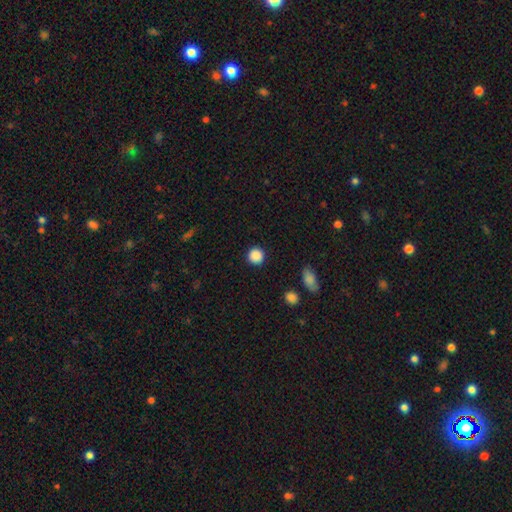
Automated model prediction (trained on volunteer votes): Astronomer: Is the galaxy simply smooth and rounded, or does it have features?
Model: smooth — 88%.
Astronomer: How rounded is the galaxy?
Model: round — 93%.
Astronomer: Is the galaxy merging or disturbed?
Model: none — 91%.